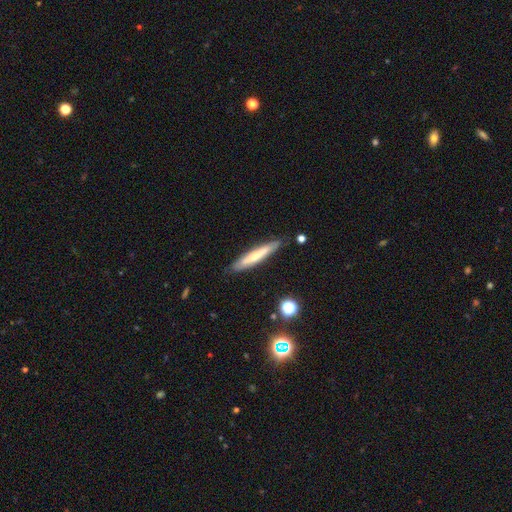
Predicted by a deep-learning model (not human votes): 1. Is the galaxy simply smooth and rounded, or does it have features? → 57% smooth, 37% featured or disk, 6% star or artifact.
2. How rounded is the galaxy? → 92% cigar-shaped, 7% in between, 1% round.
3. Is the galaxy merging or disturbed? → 84% none, 12% minor disturbance, 2% major disturbance, 2% merger.